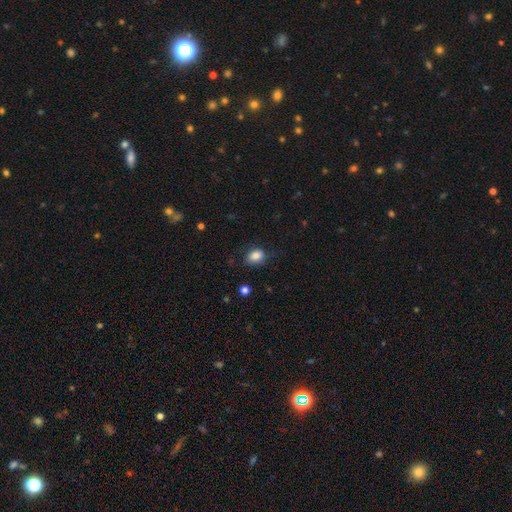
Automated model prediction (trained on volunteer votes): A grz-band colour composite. It shows a smooth galaxy with no disk features (85%) that is in between round and cigar-shaped (67%). Merging: none (75%).